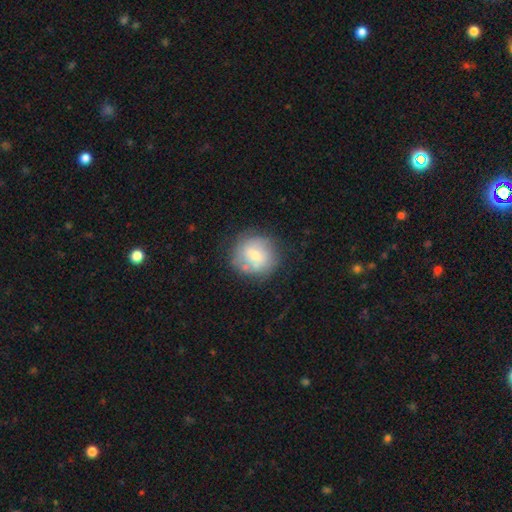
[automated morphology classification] The model was most divided on "smooth or featured": smooth: 56%, featured or disk: 36%, star or artifact: 8%. More confident: how rounded — round (89%); merging — none (69%).